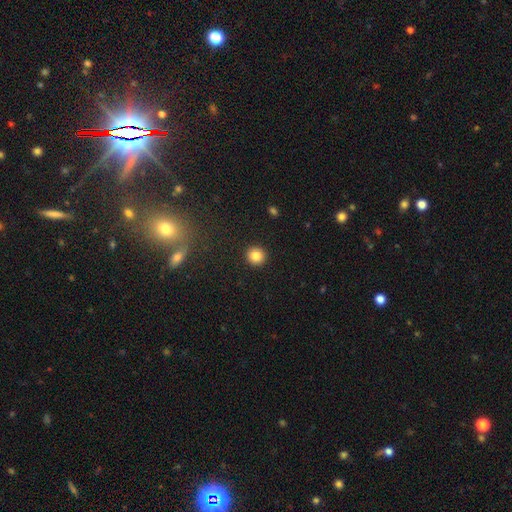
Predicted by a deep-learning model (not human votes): smooth 84%, star or artifact 10%, featured or disk 5%. Down the decision tree: how rounded — round (92%); merging — none (93%).